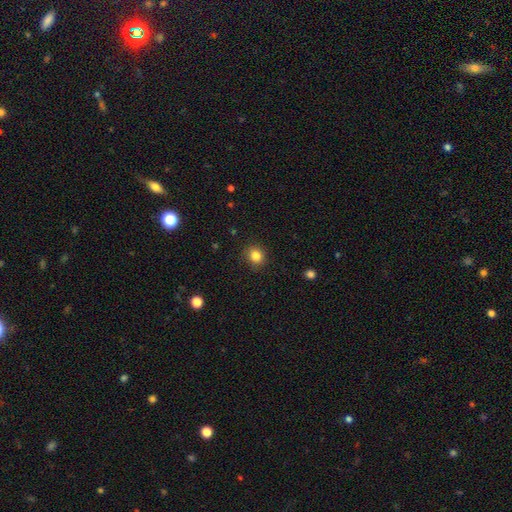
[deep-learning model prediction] The model was most divided on "how rounded": round: 84%, in between: 15%, cigar-shaped: 1%. More confident: merging — none (89%); smooth or featured — smooth (84%).